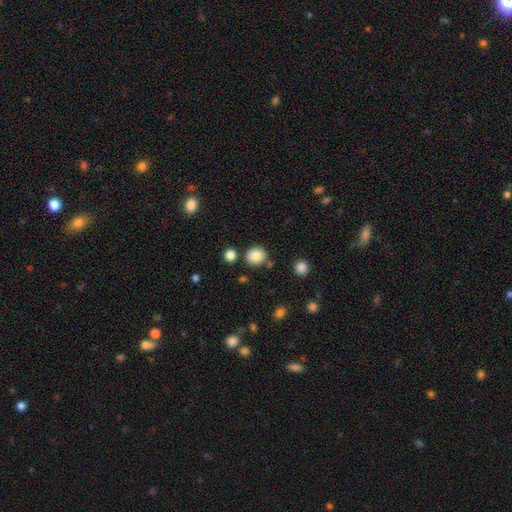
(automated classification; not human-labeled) Q: Smooth or featured?
A: smooth (84%); runner-up: star or artifact (10%)
Q: How rounded?
A: round (88%); runner-up: in between (11%)
Q: Merging?
A: none (81%); runner-up: minor disturbance (9%)